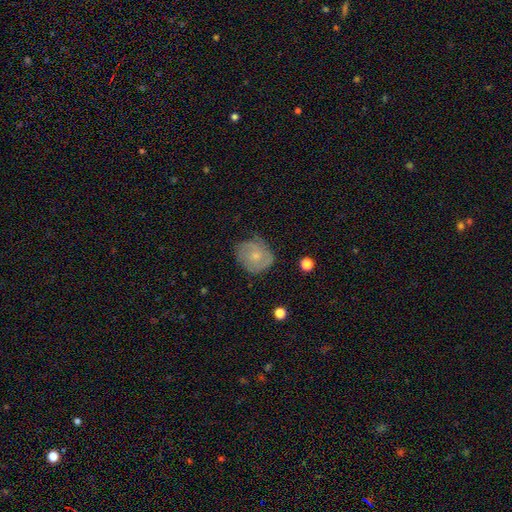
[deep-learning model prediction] Smooth or featured?
  - featured or disk: 49% *
  - smooth: 43%
  - star or artifact: 8%
Merging?
  - none: 64% *
  - minor disturbance: 26%
  - major disturbance: 8%
  - merger: 1%